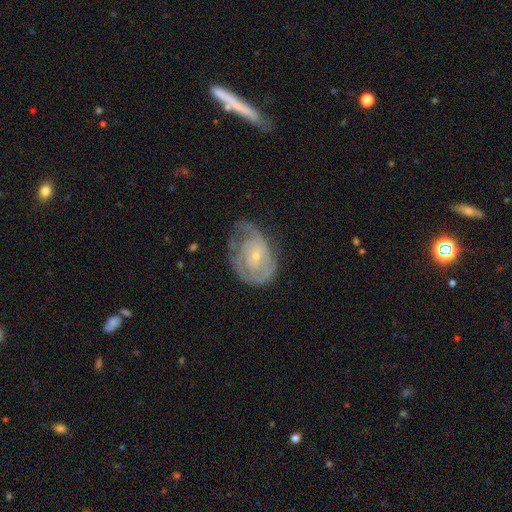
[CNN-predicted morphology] Q: Smooth or featured?
A: featured or disk (75%); runner-up: smooth (19%)
Q: Edge-on disk?
A: no (97%); runner-up: yes (3%)
Q: Bar?
A: no (72%); runner-up: weak (24%)
Q: Spiral arms?
A: yes (83%); runner-up: no (17%)
Q: Spiral winding?
A: tight (58%); runner-up: medium (30%)
Q: Spiral arm count?
A: can't tell (39%); runner-up: 2 (33%)
Q: Bulge size?
A: small (74%); runner-up: moderate (22%)
Q: Merging?
A: none (46%); runner-up: minor disturbance (30%)